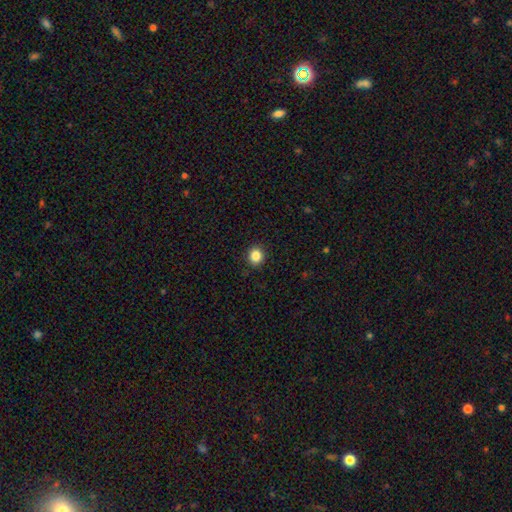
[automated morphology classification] Smooth or featured: smooth — 86% (star or artifact — 10%)
How rounded: round — 80% (in between — 19%)
Merging: none — 91% (minor disturbance — 6%)